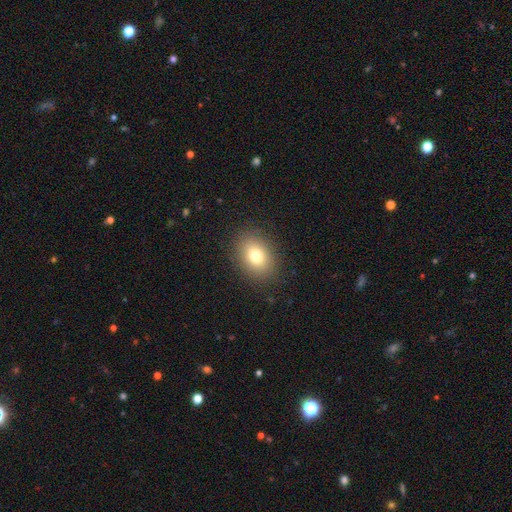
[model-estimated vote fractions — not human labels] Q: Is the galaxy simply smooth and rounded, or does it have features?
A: smooth — 77%.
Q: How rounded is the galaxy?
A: in between — 65%.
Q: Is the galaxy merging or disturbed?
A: none — 88%.